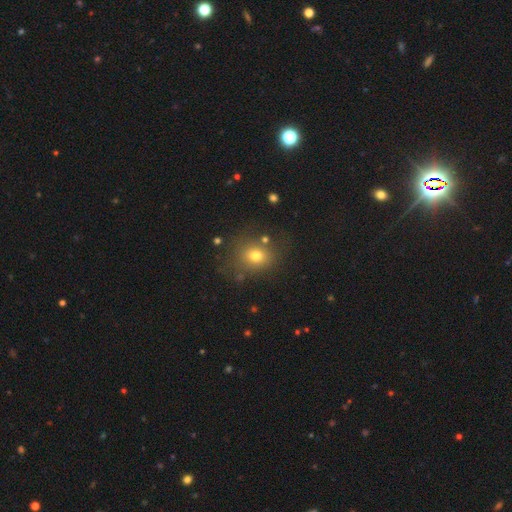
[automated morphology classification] The model was most divided on "how rounded": round: 70%, in between: 30%, cigar-shaped: 1%. More confident: merging — none (76%); smooth or featured — smooth (73%).